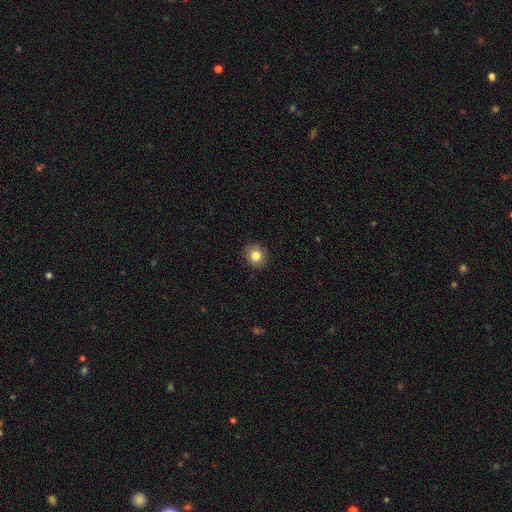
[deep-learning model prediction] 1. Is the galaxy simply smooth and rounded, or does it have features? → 82% smooth, 10% star or artifact, 8% featured or disk.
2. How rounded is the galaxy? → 85% round, 14% in between, 1% cigar-shaped.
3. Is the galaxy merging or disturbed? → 91% none, 6% minor disturbance, 2% major disturbance, 1% merger.